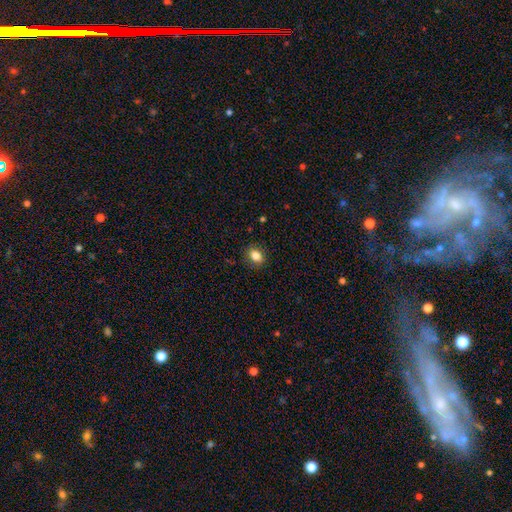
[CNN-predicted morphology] smooth 84%, star or artifact 10%, featured or disk 6%. Down the decision tree: how rounded — in between (57%); merging — none (87%).